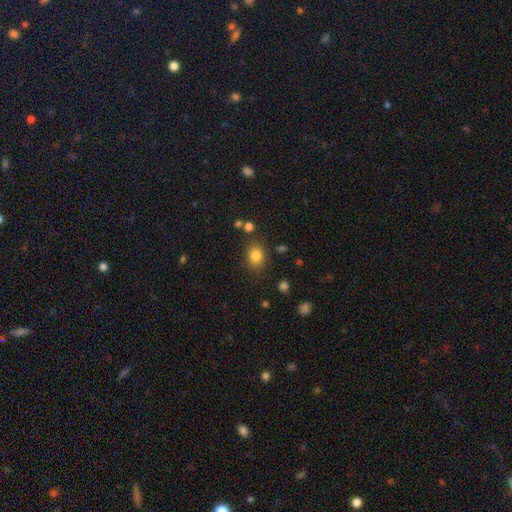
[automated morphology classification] A smooth galaxy with no disk features (83%) that is round (54%).

Vote fractions:
- Smooth or featured? smooth: 83% / star or artifact: 11% / featured or disk: 6%
- How rounded? round: 54% / in between: 45% / cigar-shaped: 1%
- Merging? none: 80% / minor disturbance: 12% / major disturbance: 4% / merger: 4%